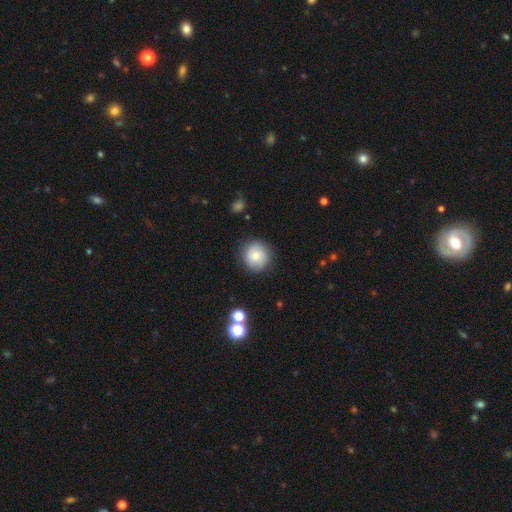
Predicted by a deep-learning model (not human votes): A smooth galaxy with no disk features (72%) that is round (92%). Merging: none (84%).